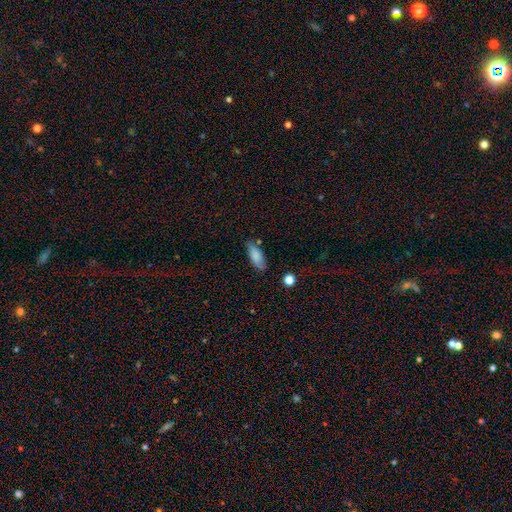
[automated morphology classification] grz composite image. It shows a smooth galaxy with no disk features (81%) that is in between round and cigar-shaped (74%). Merging: none (74%).